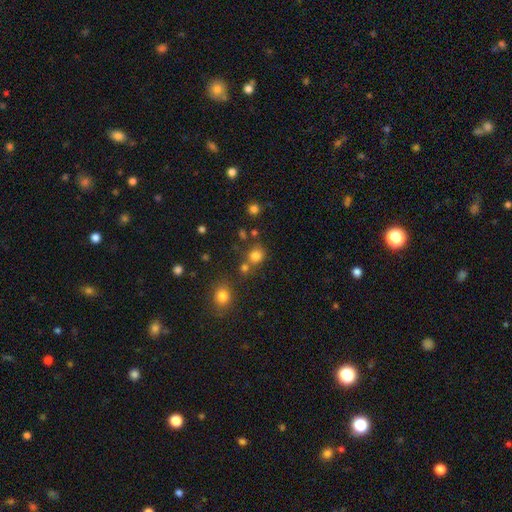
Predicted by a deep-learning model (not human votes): Overall: smooth (78%). How rounded: round (75%). Merging: none (61%; merger 24%).